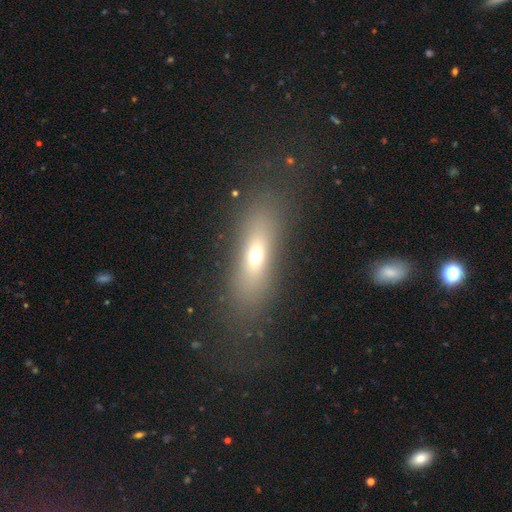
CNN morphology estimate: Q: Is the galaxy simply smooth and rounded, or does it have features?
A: smooth — 61%.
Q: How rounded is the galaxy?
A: in between — 51%.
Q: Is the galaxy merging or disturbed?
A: none — 77%.